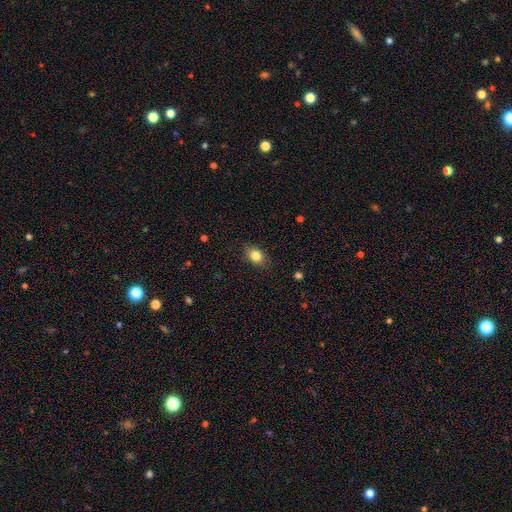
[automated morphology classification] type=smooth (83%); roundness=in between (63%); merging=none (84%).